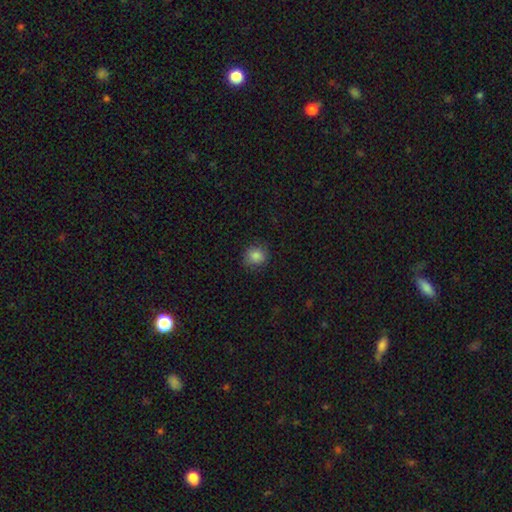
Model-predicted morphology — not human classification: This appears to be a smooth galaxy with no disk features (85%) that is round (77%). Merging: none (81%).